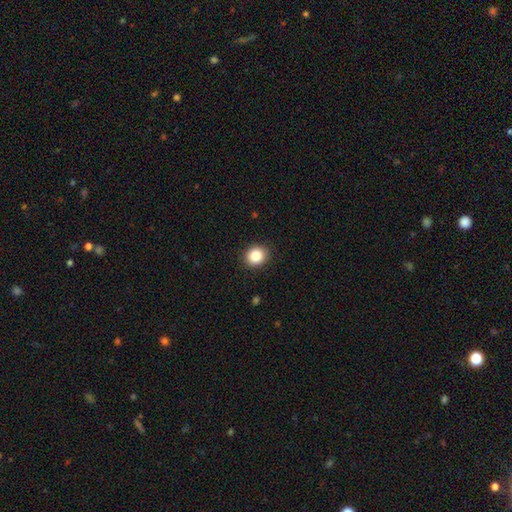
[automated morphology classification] type=smooth (87%); roundness=round (79%); merging=none (90%).